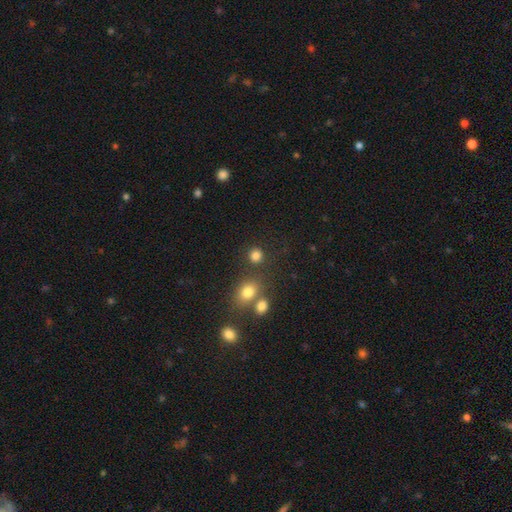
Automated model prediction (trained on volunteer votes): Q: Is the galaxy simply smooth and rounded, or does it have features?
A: smooth — 81%.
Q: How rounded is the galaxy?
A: round — 82%.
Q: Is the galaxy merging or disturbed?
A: none — 74%.